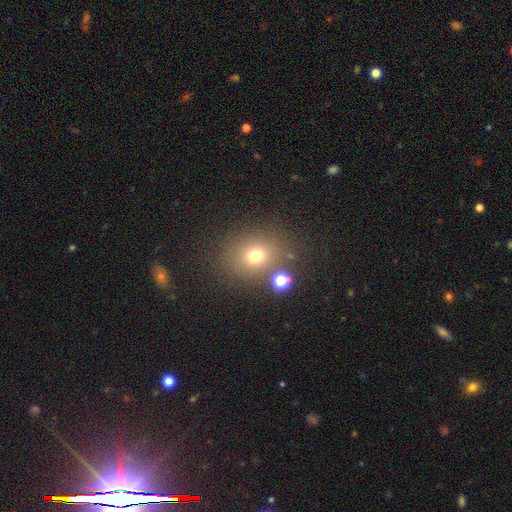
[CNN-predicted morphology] Smooth or featured? smooth (70%)
How rounded? round (67%)
Merging? none (77%)